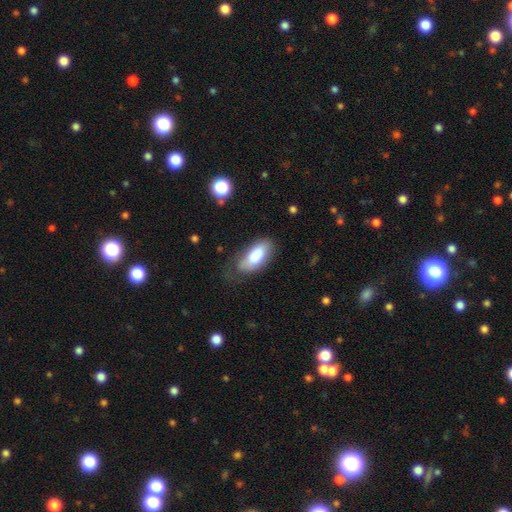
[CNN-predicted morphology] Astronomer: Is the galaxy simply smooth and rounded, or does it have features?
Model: smooth — 79%.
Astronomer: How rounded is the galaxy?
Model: in between — 87%.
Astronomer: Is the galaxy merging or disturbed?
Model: none — 57%.